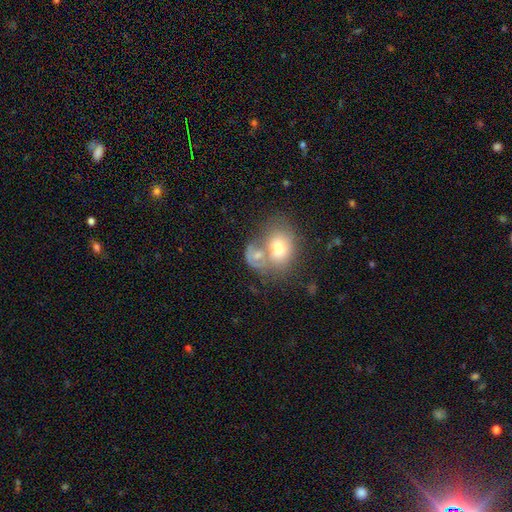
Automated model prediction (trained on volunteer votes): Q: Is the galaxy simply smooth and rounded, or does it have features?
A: smooth — 54%.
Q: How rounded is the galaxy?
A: in between — 59%.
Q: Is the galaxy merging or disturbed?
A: merger — 59%.